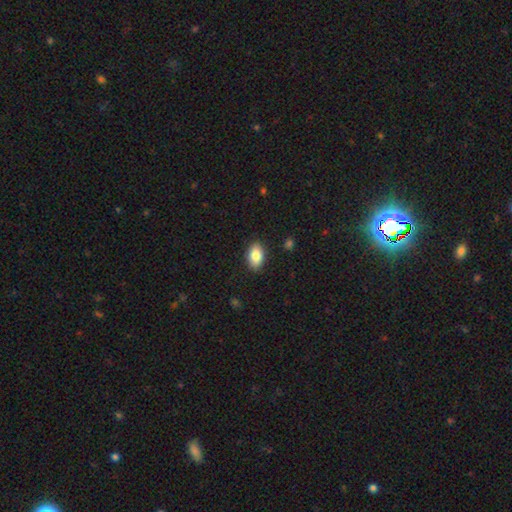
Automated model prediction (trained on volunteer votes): A smooth galaxy with no disk features (85%) that is in between round and cigar-shaped (90%). Merging: none (88%).